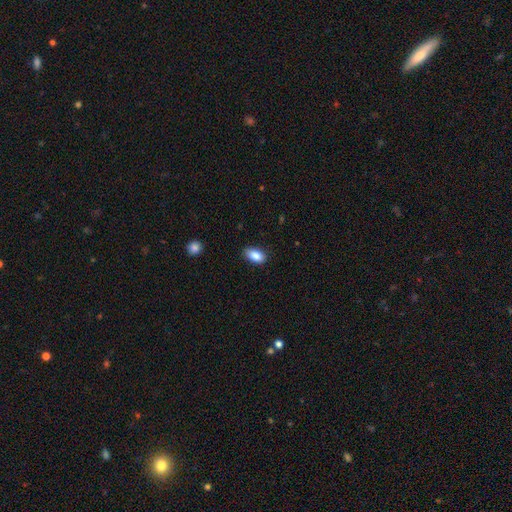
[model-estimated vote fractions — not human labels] This is clearly a smooth galaxy (87%). How rounded: clearly in between (92%). Merging: clearly none (83%).